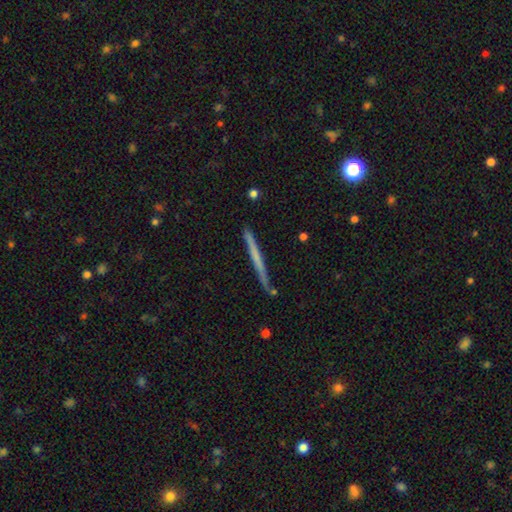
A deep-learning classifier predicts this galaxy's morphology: featured or disk 51%, smooth 44%, star or artifact 5%. Down the decision tree: edge-on disk — yes (97%); merging — none (87%).